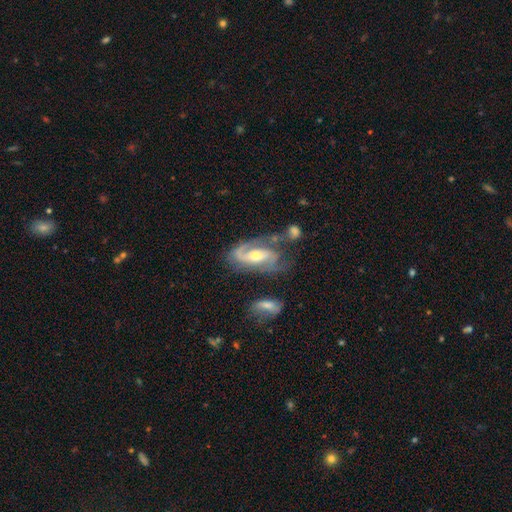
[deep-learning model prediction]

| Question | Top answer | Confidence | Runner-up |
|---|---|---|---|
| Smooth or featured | featured or disk | 85% | smooth (10%) |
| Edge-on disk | no | 95% | yes (5%) |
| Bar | weak | 40% | no (39%) |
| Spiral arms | yes | 94% | no (6%) |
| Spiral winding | medium | 46% | tight (32%) |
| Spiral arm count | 2 | 69% | 1 (16%) |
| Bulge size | moderate | 63% | small (28%) |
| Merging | none | 49% | minor disturbance (22%) |